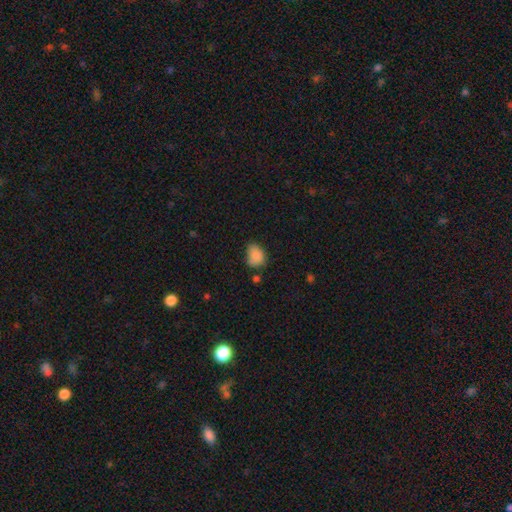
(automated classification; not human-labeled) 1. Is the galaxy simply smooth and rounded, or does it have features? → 84% smooth, 10% star or artifact, 6% featured or disk.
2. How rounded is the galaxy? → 70% in between, 28% round, 1% cigar-shaped.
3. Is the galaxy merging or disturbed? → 49% none, 35% minor disturbance, 10% major disturbance, 6% merger.